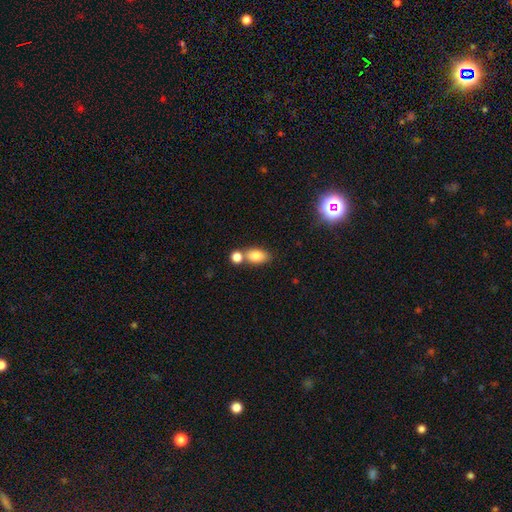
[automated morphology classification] smooth_or_featured: smooth (p=0.81) [alt: star or artifact p=0.10]
how_rounded: in between (p=0.86) [alt: round p=0.11]
merging: none (p=0.54) [alt: merger p=0.31]